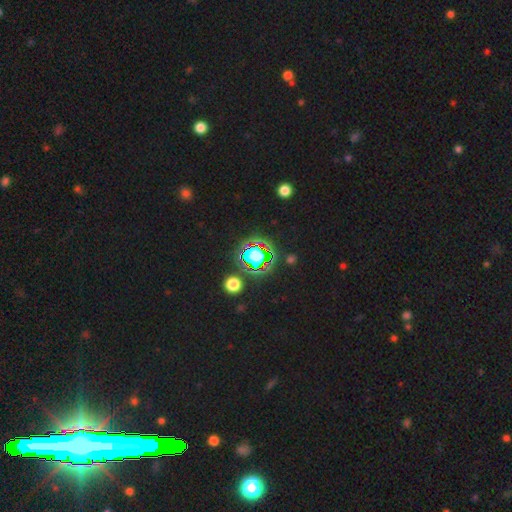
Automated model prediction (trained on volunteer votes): The model was most divided on "smooth or featured": star or artifact: 63%, smooth: 24%, featured or disk: 13%.